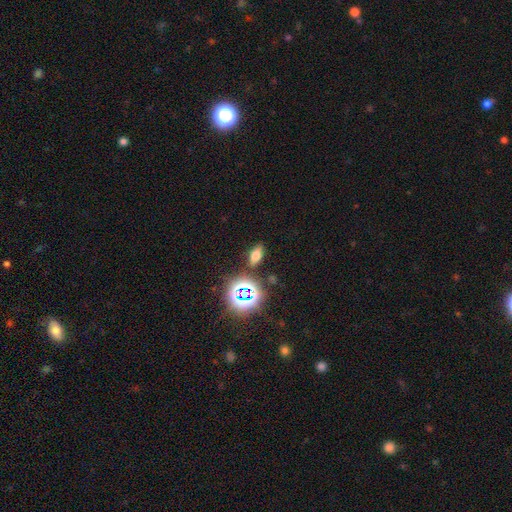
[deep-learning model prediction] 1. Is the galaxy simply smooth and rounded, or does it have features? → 60% smooth, 27% star or artifact, 13% featured or disk.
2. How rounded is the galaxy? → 80% in between, 10% round, 9% cigar-shaped.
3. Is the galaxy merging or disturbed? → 83% none, 10% minor disturbance, 4% merger, 3% major disturbance.